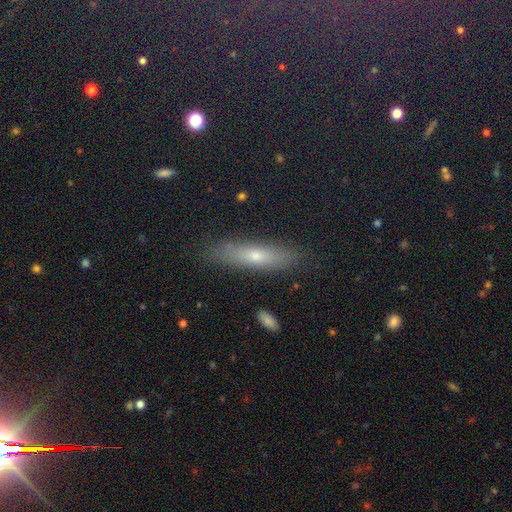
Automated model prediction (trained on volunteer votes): smooth 48%, featured or disk 31%, star or artifact 21%. Down the decision tree: merging — none (87%).